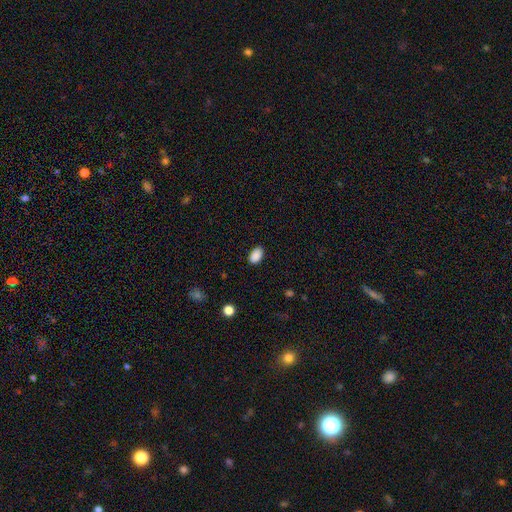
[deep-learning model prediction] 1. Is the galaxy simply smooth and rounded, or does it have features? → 89% smooth, 9% star or artifact, 3% featured or disk.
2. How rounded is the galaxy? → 90% in between, 9% round, 1% cigar-shaped.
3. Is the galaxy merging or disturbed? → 85% none, 11% minor disturbance, 2% major disturbance, 1% merger.